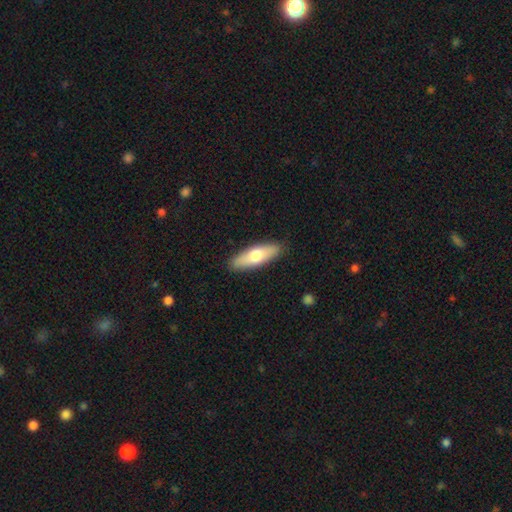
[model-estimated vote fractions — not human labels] Smooth or featured?
  - smooth: 65% *
  - featured or disk: 29%
  - star or artifact: 5%
How rounded?
  - in between: 52% *
  - cigar-shaped: 45%
  - round: 2%
Merging?
  - none: 89% *
  - minor disturbance: 8%
  - major disturbance: 2%
  - merger: 1%